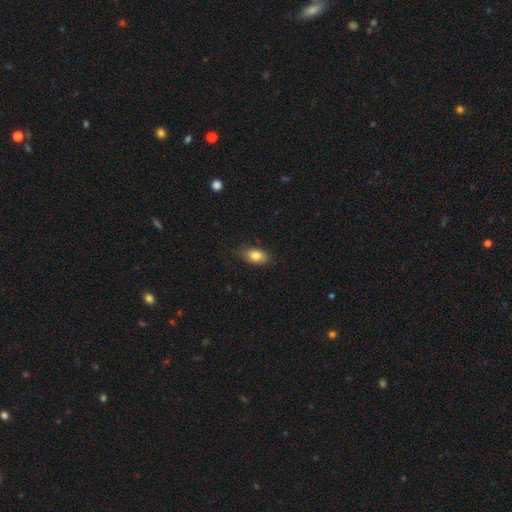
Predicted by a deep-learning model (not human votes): smooth_or_featured: smooth (p=0.82) [alt: featured or disk p=0.10]
how_rounded: in between (p=0.87) [alt: round p=0.10]
merging: none (p=0.79) [alt: minor disturbance p=0.17]